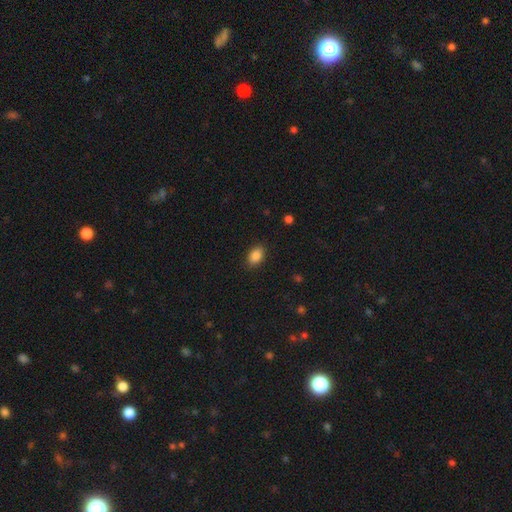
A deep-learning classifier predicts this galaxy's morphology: The model was most divided on "how rounded": in between: 85%, round: 14%, cigar-shaped: 1%. More confident: smooth or featured — smooth (88%); merging — none (88%).